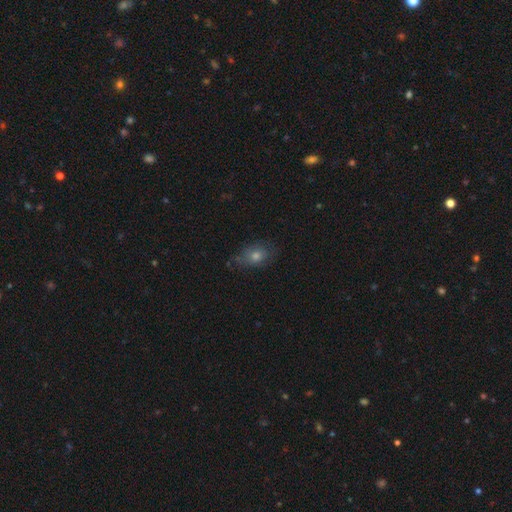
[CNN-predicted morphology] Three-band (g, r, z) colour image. It shows a smooth galaxy with no disk features (62%) that is in between round and cigar-shaped (69%). Merging: none (70%).